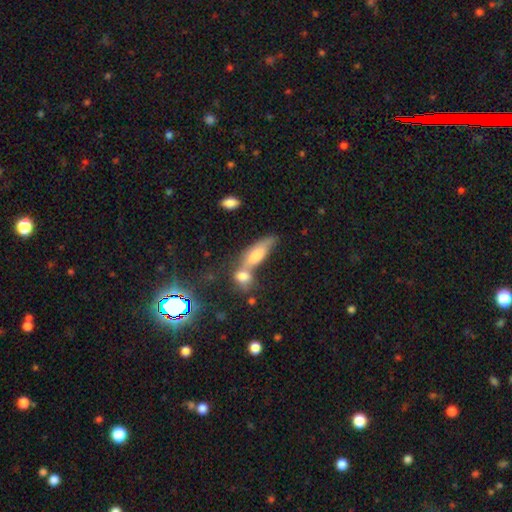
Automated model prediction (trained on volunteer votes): Smooth or featured? smooth (59%)
How rounded? in between (57%)
Merging? merger (53%)